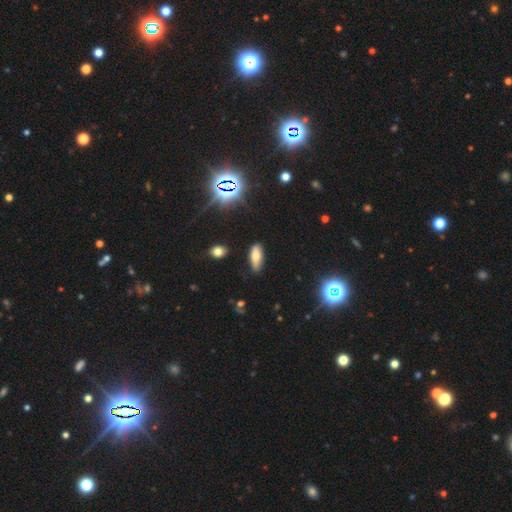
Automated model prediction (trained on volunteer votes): smooth_or_featured: smooth (p=0.69) [alt: featured or disk p=0.17]
how_rounded: in between (p=0.72) [alt: cigar-shaped p=0.25]
merging: none (p=0.75) [alt: minor disturbance p=0.19]